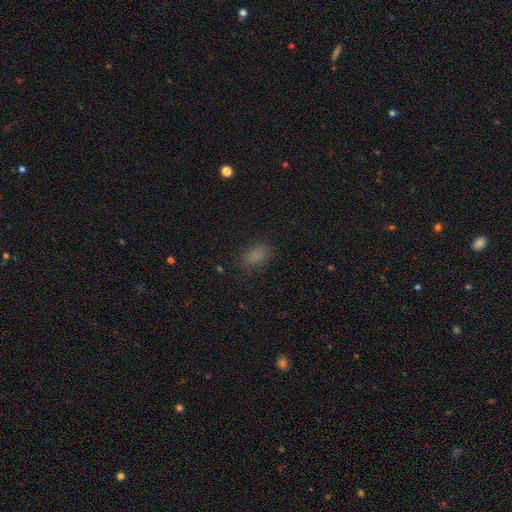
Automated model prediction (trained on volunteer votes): A smooth galaxy with no disk features (81%) that is in between round and cigar-shaped (86%). Merging: none (79%).